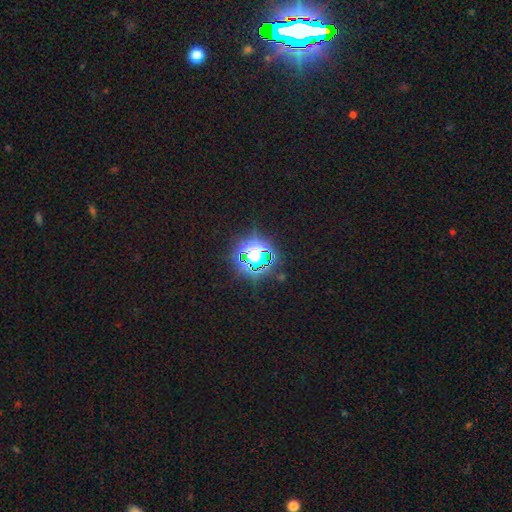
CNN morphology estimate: star or artifact 69%, smooth 22%, featured or disk 10%.